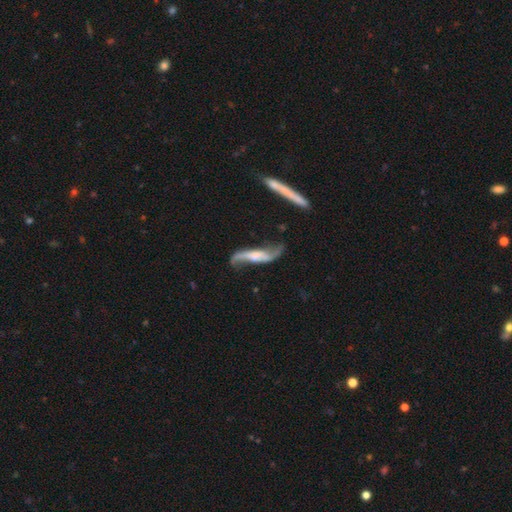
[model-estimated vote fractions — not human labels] A featured or disk galaxy (81%) with no bar (45%), 2 (92%) loose (90%) spiral arms (93%) and no central bulge (35%). Merging: none (60%).